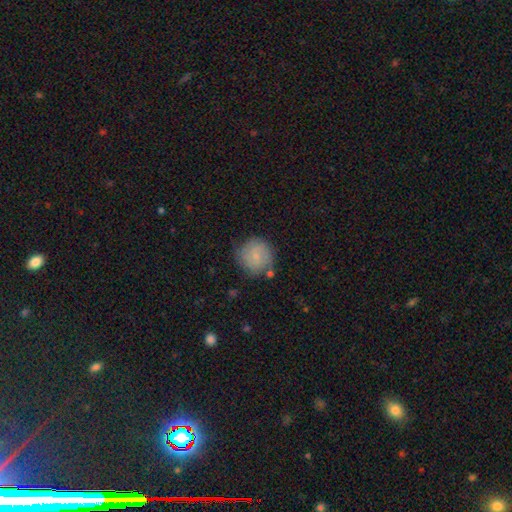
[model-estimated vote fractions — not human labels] This is likely a smooth galaxy (63%). How rounded: clearly round (92%). Merging: likely none (71%).